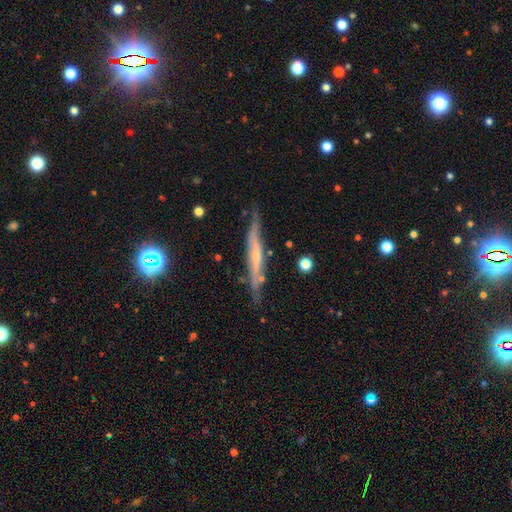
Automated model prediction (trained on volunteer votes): This appears to be a featured or disk galaxy (69%) viewed edge-on (87%) with no central bulge (48%). Merging: none (73%).